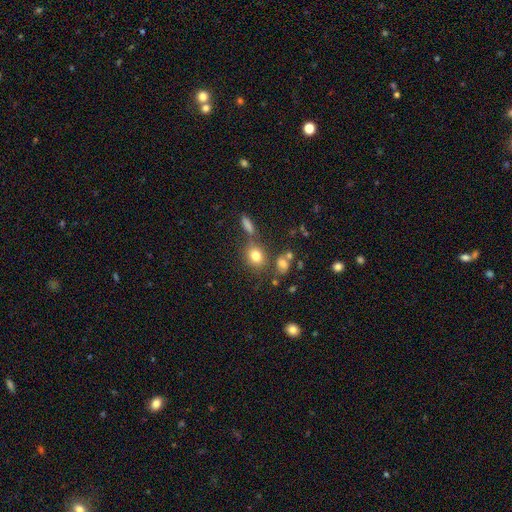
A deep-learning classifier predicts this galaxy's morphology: Smooth or featured? Predicted: smooth (p=0.79). How rounded? Predicted: round (p=0.57). Merging? Predicted: none (p=0.68).